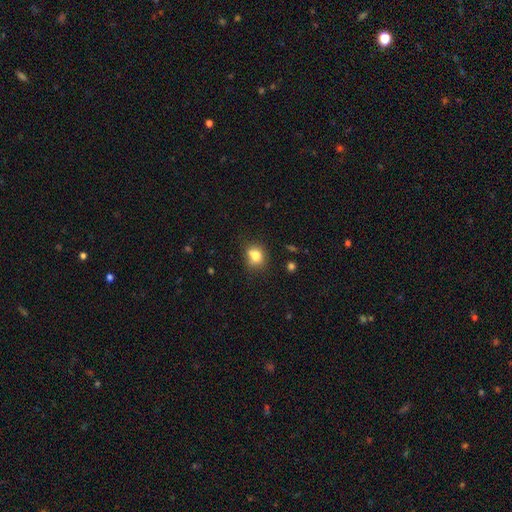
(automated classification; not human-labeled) Q: Smooth or featured?
A: smooth (79%); runner-up: star or artifact (11%)
Q: How rounded?
A: round (64%); runner-up: in between (35%)
Q: Merging?
A: none (61%); runner-up: minor disturbance (21%)